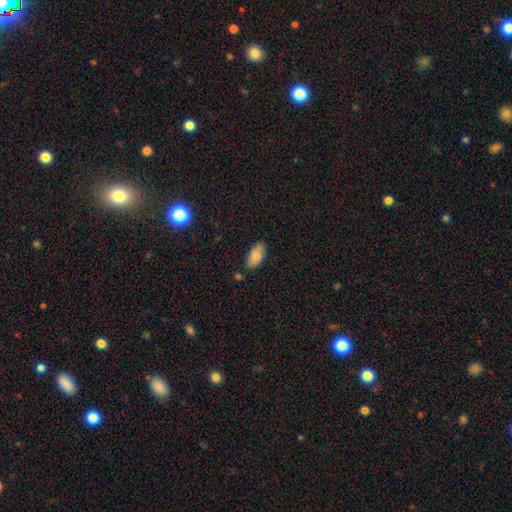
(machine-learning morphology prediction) The model was most divided on "merging": none: 79%, minor disturbance: 14%, merger: 4%, major disturbance: 3%. More confident: how rounded — in between (92%); smooth or featured — smooth (83%).